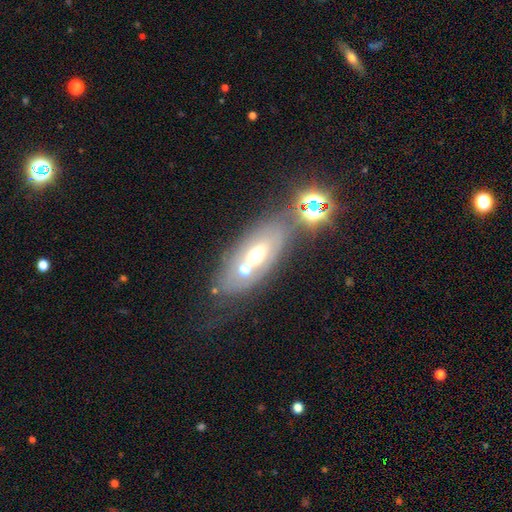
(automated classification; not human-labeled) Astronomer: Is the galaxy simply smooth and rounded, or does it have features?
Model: featured or disk — 45% (runner-up: smooth, 37%).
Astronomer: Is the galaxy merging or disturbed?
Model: none — 49%.